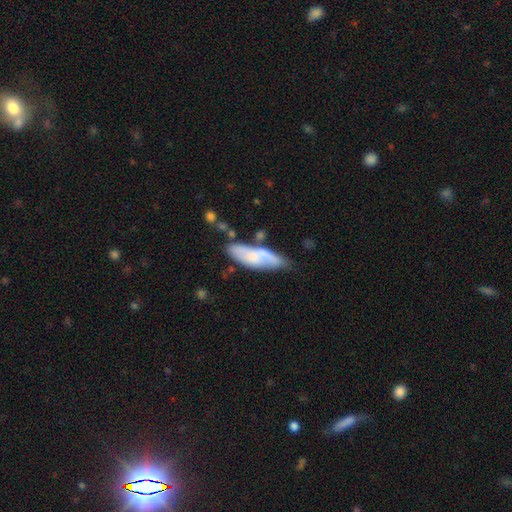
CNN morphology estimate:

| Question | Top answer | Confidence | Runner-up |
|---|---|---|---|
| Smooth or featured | smooth | 56% | featured or disk (38%) |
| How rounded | in between | 57% | cigar-shaped (41%) |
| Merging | none | 52% | minor disturbance (26%) |